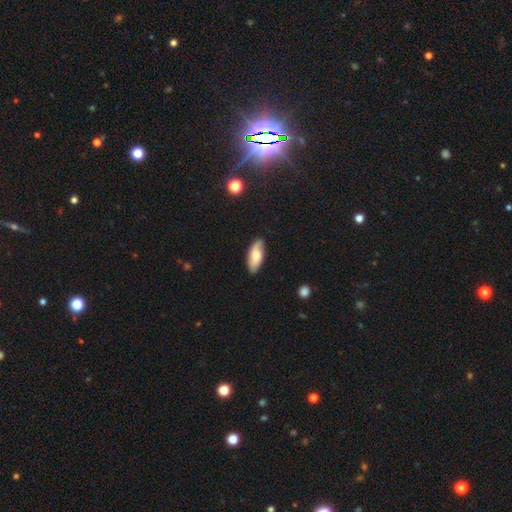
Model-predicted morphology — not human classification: smooth-or-featured: smooth: 57% | featured or disk: 37% | star or artifact: 6%
  how-rounded: in between: 79% | cigar-shaped: 18% | round: 2%
  merging: none: 84% | minor disturbance: 13% | major disturbance: 2% | merger: 1%